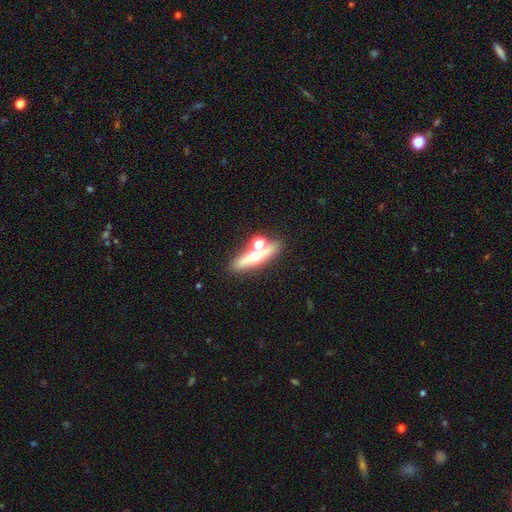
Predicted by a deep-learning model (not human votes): Overall: featured or disk (51%; smooth 35%). Edge-on disk: yes (78%). Merging: none (66%).